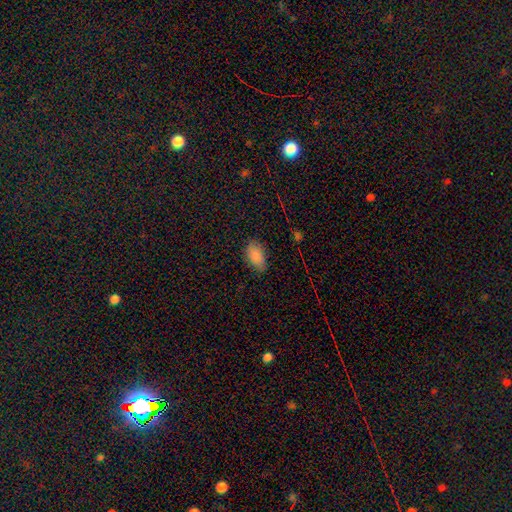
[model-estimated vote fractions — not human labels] A smooth galaxy with no disk features (85%) that is in between round and cigar-shaped (93%). Merging: none (80%).